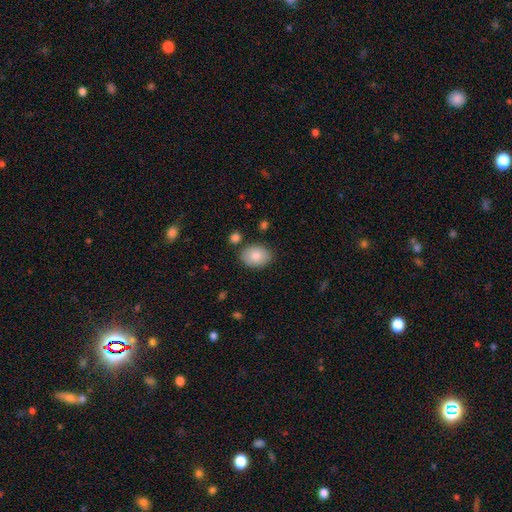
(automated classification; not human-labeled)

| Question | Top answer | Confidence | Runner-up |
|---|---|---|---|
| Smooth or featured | smooth | 84% | featured or disk (9%) |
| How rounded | in between | 71% | round (28%) |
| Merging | none | 80% | minor disturbance (13%) |